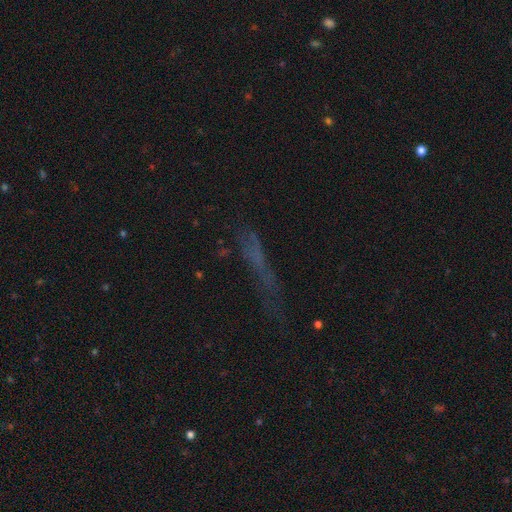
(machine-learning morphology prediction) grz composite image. It shows a smooth galaxy with no disk features (41%). Merging: none (57%).